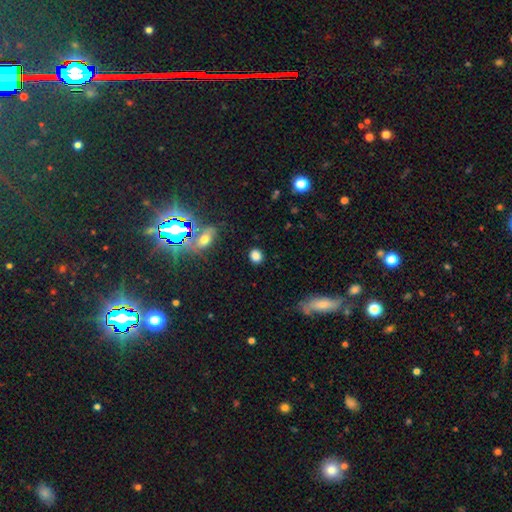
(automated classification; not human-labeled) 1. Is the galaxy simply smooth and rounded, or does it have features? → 81% smooth, 14% star or artifact, 5% featured or disk.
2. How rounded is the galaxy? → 68% round, 30% in between, 2% cigar-shaped.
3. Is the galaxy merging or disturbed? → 85% none, 10% minor disturbance, 3% major disturbance, 2% merger.